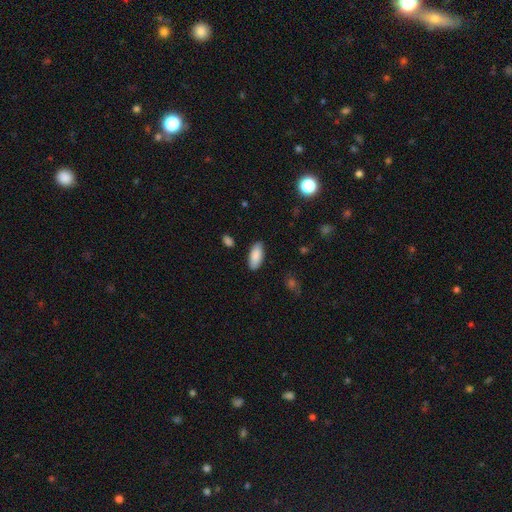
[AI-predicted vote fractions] Smooth or featured?
  - smooth: 88% *
  - star or artifact: 6%
  - featured or disk: 6%
How rounded?
  - in between: 88% *
  - cigar-shaped: 10%
  - round: 2%
Merging?
  - none: 86% *
  - minor disturbance: 10%
  - major disturbance: 2%
  - merger: 2%